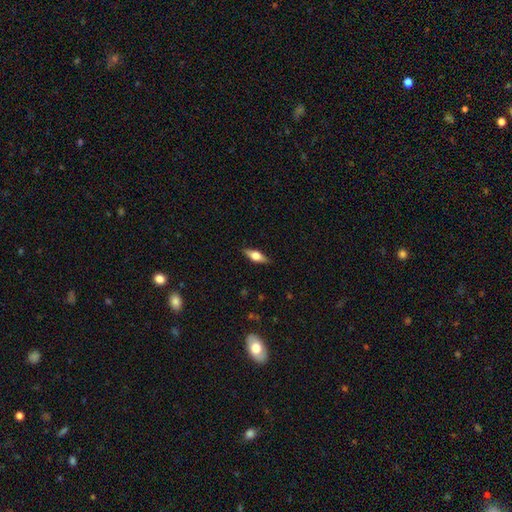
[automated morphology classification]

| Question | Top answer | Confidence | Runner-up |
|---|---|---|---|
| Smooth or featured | featured or disk | 52% | smooth (41%) |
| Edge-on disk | yes | 93% | no (7%) |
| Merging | none | 87% | minor disturbance (9%) |